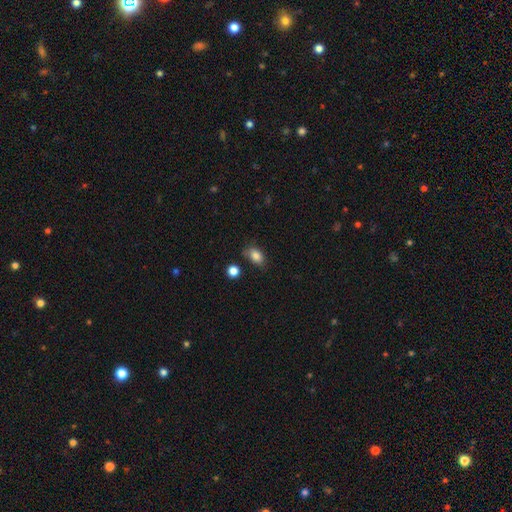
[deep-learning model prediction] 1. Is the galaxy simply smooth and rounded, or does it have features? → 84% smooth, 9% star or artifact, 7% featured or disk.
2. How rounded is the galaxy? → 83% in between, 15% round, 2% cigar-shaped.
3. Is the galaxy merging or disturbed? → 70% none, 21% minor disturbance, 5% merger, 4% major disturbance.